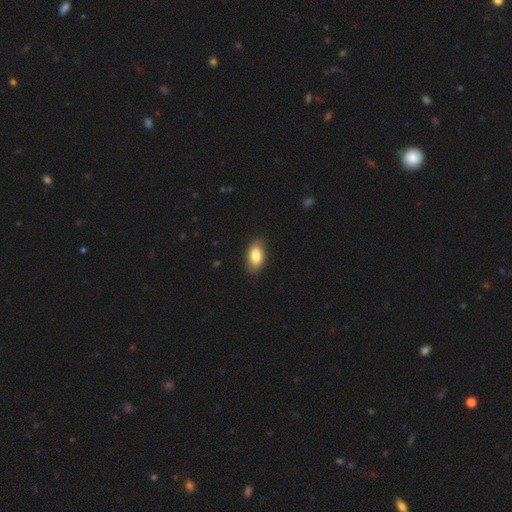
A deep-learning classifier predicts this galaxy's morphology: smooth_or_featured: smooth (p=0.84) [alt: featured or disk p=0.10]
how_rounded: in between (p=0.92) [alt: round p=0.05]
merging: none (p=0.86) [alt: minor disturbance p=0.11]